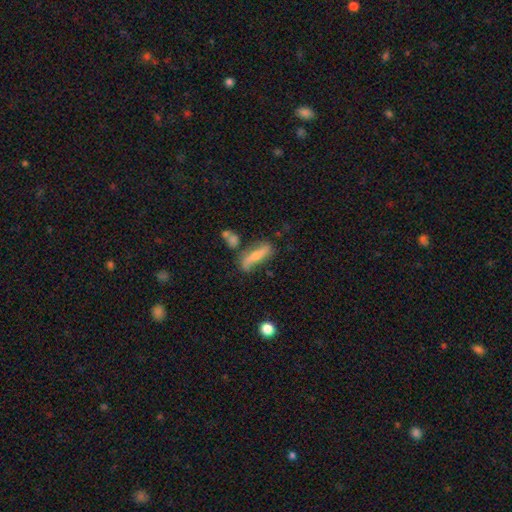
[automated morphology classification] Smooth or featured? featured or disk (47%)
Merging? none (55%)